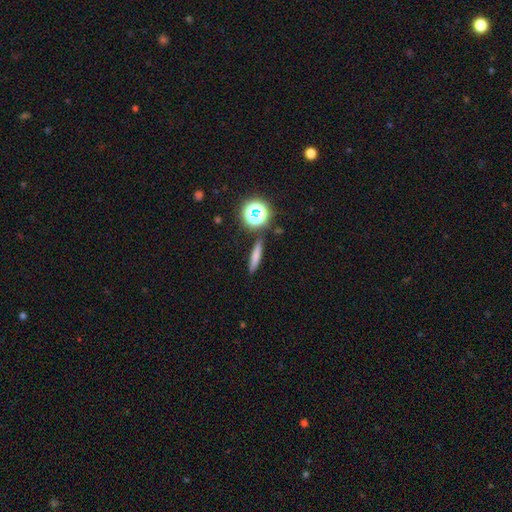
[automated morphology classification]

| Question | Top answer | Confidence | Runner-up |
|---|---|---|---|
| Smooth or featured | smooth | 68% | featured or disk (17%) |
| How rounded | cigar-shaped | 79% | in between (11%) |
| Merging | none | 86% | minor disturbance (8%) |